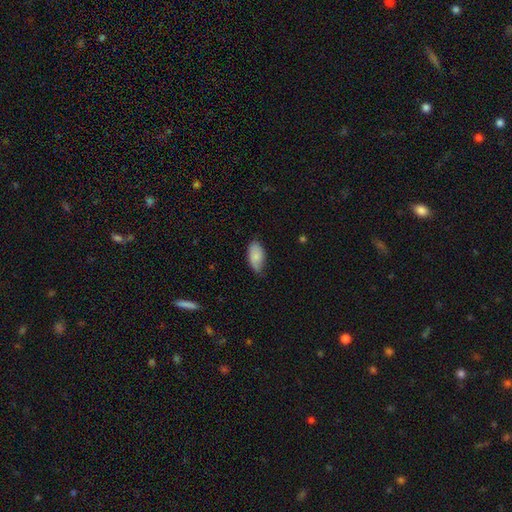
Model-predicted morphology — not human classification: type=smooth (82%); roundness=in between (94%); merging=none (64%).